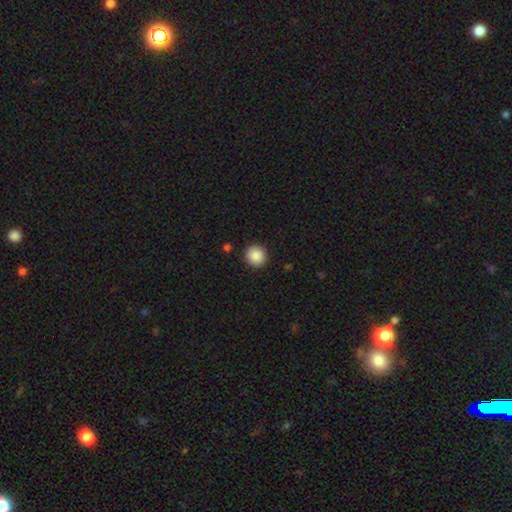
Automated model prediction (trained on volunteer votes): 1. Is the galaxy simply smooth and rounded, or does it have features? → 88% smooth, 8% star or artifact, 4% featured or disk.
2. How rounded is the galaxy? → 93% round, 6% in between, 1% cigar-shaped.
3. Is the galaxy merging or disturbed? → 92% none, 5% minor disturbance, 2% major disturbance, 1% merger.